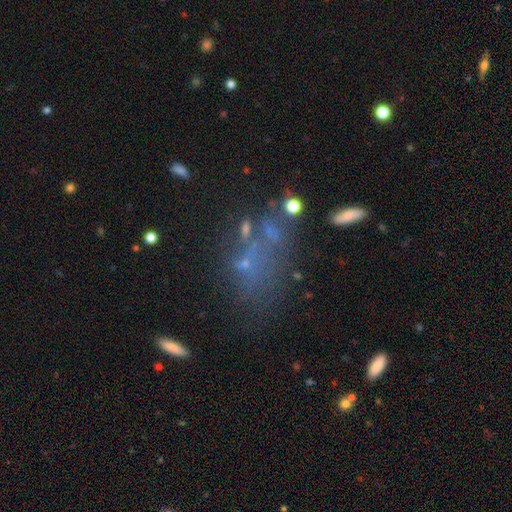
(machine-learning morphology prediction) type=star or artifact (37%, tied with smooth).